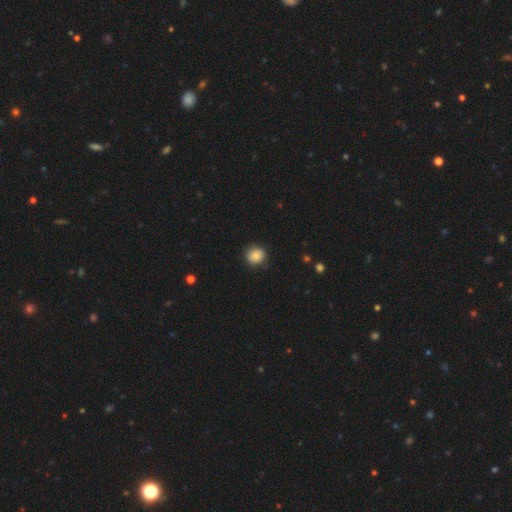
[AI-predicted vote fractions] Morphology: type=smooth (84%); roundness=round (87%); merging=none (81%).